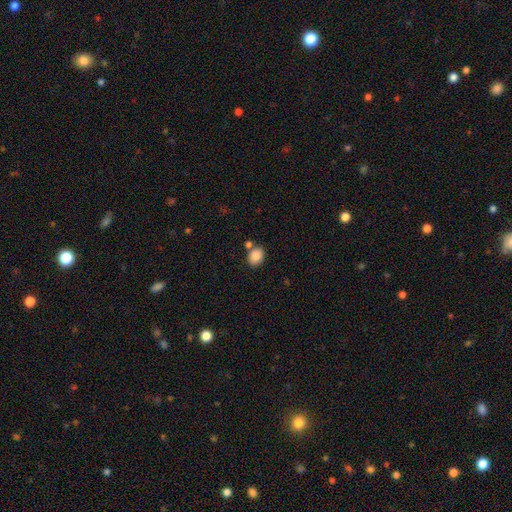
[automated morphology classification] Smooth or featured? smooth (86%)
How rounded? in between (60%)
Merging? none (70%)